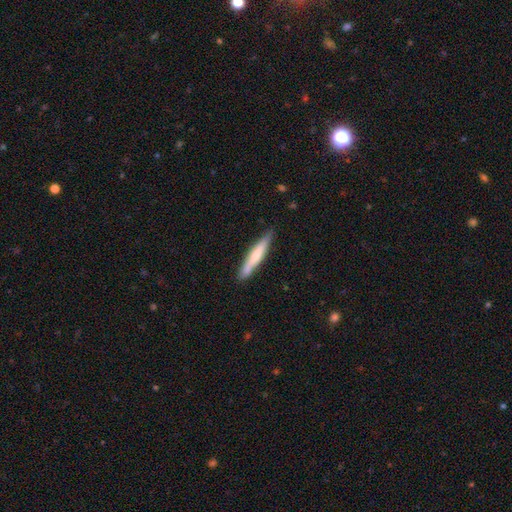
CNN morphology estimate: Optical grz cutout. It shows a smooth galaxy with no disk features (59%) that is cigar-shaped (93%). Merging: none (84%).